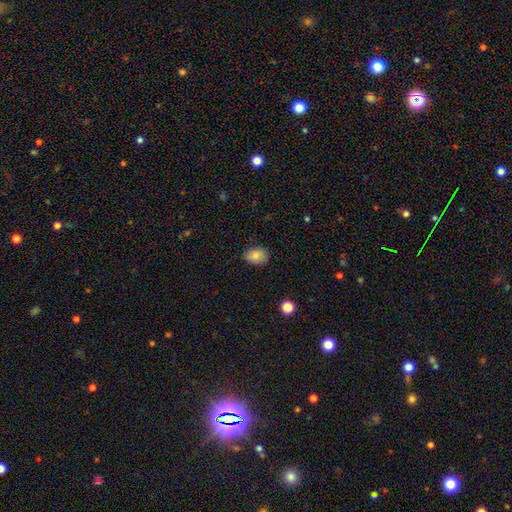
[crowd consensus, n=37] Overall: smooth (97%). How rounded: in between (69%; round 31%). Merging: none (78%).